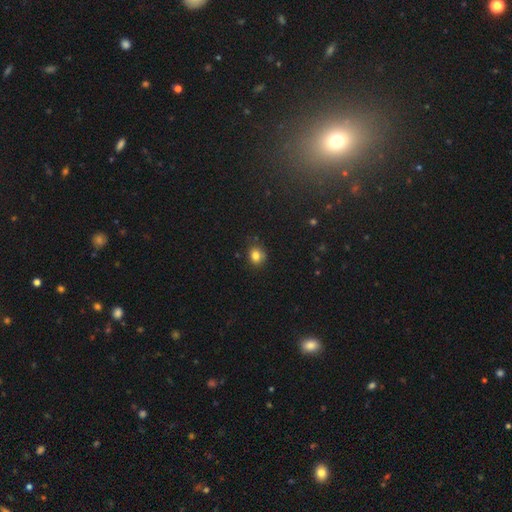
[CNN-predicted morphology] Smooth or featured?
  - smooth: 81% *
  - star or artifact: 12%
  - featured or disk: 7%
How rounded?
  - round: 67% *
  - in between: 33%
  - cigar-shaped: 1%
Merging?
  - none: 74% *
  - minor disturbance: 19%
  - major disturbance: 4%
  - merger: 3%